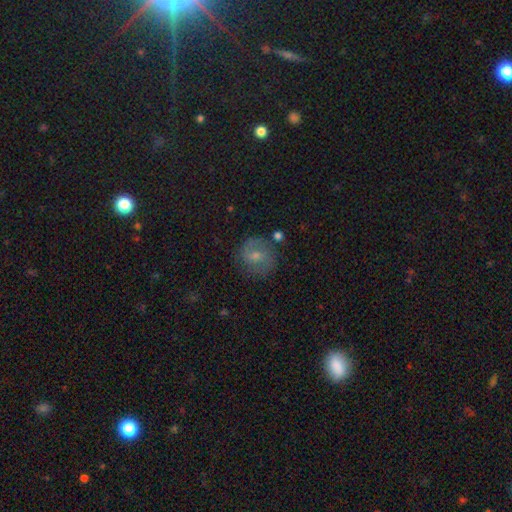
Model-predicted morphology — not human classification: Overall: smooth (48%; featured or disk 42%). Merging: none (71%).